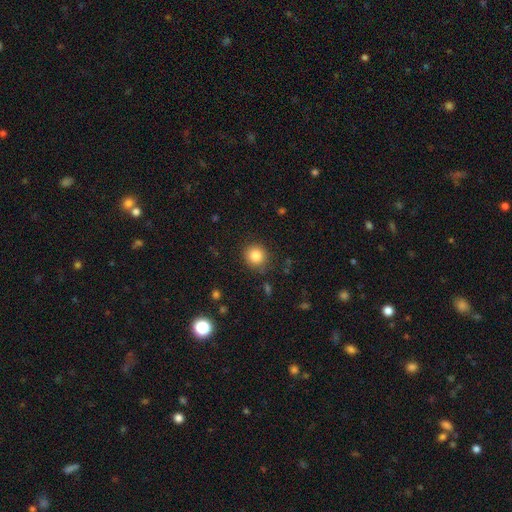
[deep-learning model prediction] smooth 84%, star or artifact 10%, featured or disk 6%. Down the decision tree: how rounded — round (88%); merging — none (85%).